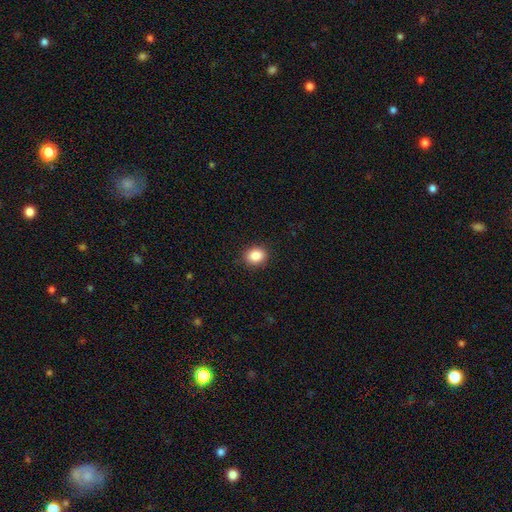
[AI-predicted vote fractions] Smooth or featured: smooth — 86% (star or artifact — 9%)
How rounded: round — 59% (in between — 40%)
Merging: none — 90% (minor disturbance — 7%)